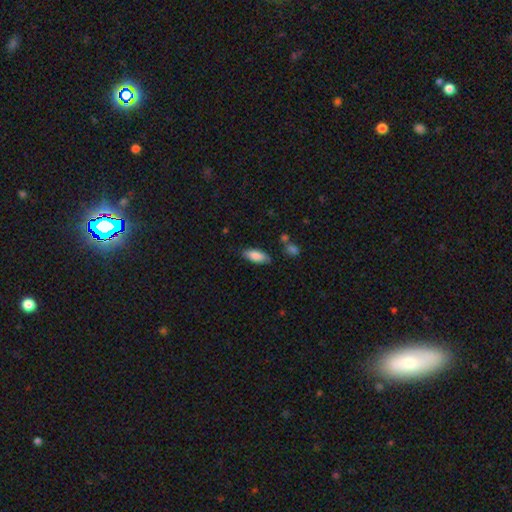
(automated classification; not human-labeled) smooth-or-featured: smooth: 86% | featured or disk: 8% | star or artifact: 6%
  how-rounded: in between: 84% | cigar-shaped: 15% | round: 2%
  merging: none: 79% | minor disturbance: 16% | major disturbance: 3% | merger: 3%